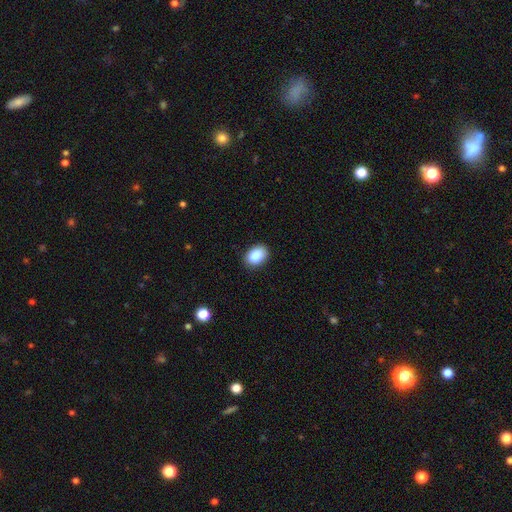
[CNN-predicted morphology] Smooth or featured? smooth (87%)
How rounded? in between (81%)
Merging? none (87%)